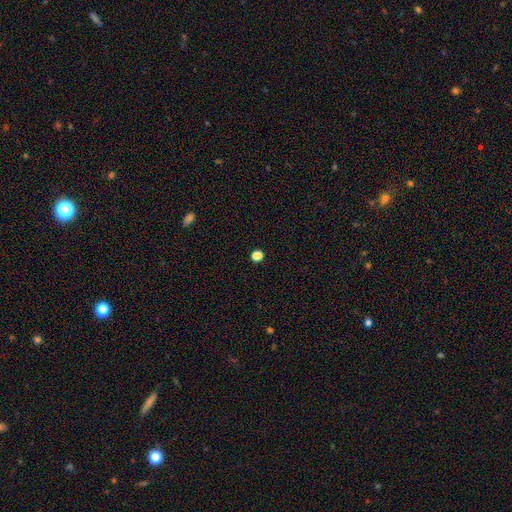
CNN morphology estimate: type=smooth (76%); roundness=round (76%); merging=none (88%).